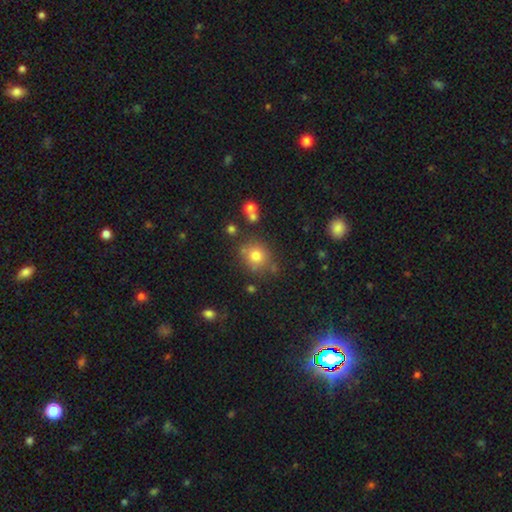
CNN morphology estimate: Smooth or featured? smooth (76%)
How rounded? round (79%)
Merging? none (72%)